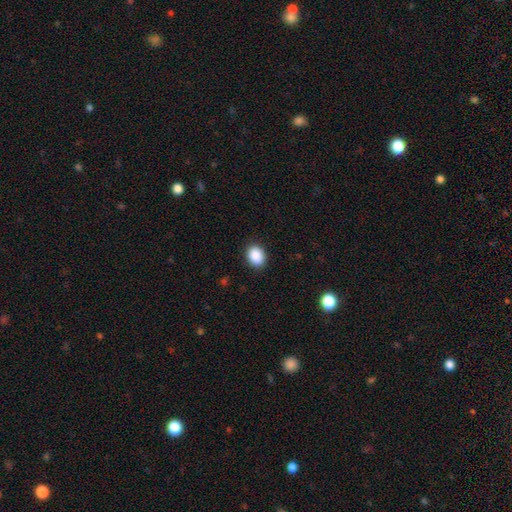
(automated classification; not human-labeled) smooth 89%, star or artifact 8%, featured or disk 3%. Down the decision tree: how rounded — in between (59%); merging — none (90%).